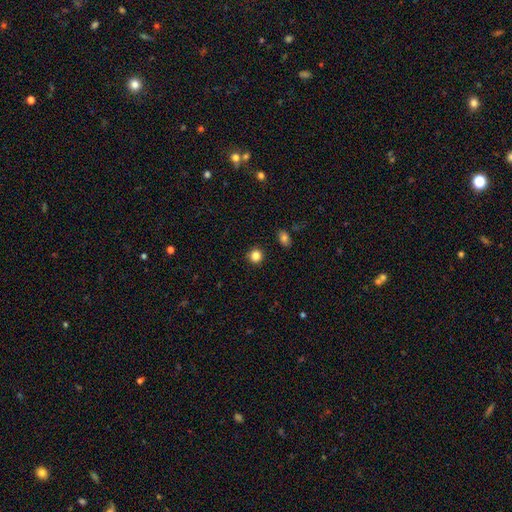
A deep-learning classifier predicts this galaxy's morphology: smooth 84%, star or artifact 11%, featured or disk 5%. Down the decision tree: how rounded — round (90%); merging — none (91%).